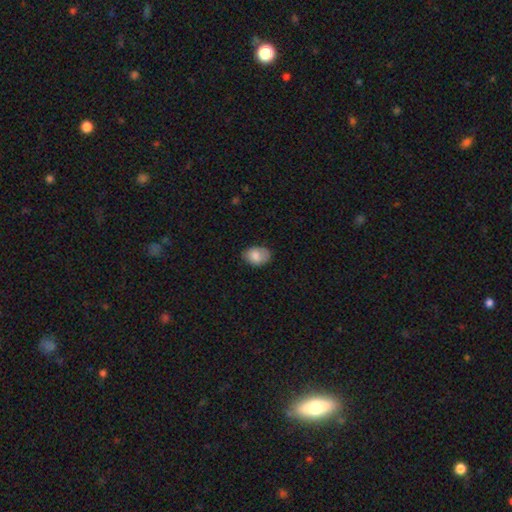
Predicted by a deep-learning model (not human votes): Smooth or featured? smooth (83%)
How rounded? in between (79%)
Merging? none (70%)